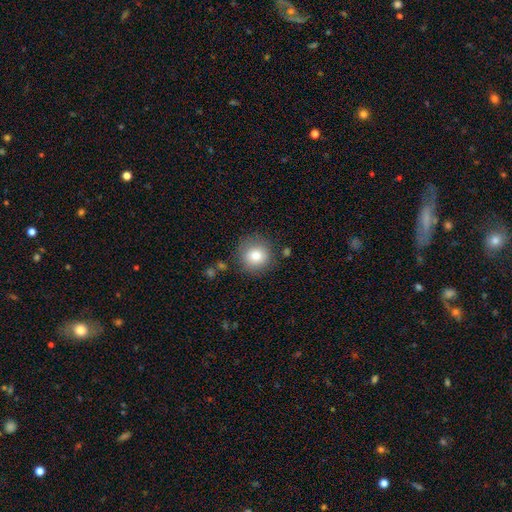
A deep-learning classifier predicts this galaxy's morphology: Smooth or featured? smooth (82%)
How rounded? round (92%)
Merging? none (82%)